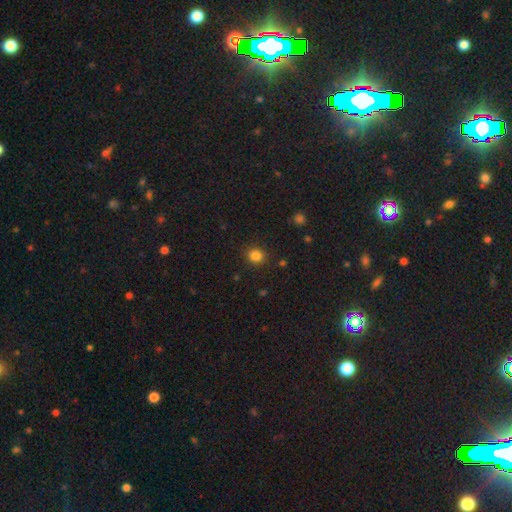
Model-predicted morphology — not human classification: This is clearly a smooth galaxy (83%). How rounded: clearly round (86%). Merging: clearly none (89%).